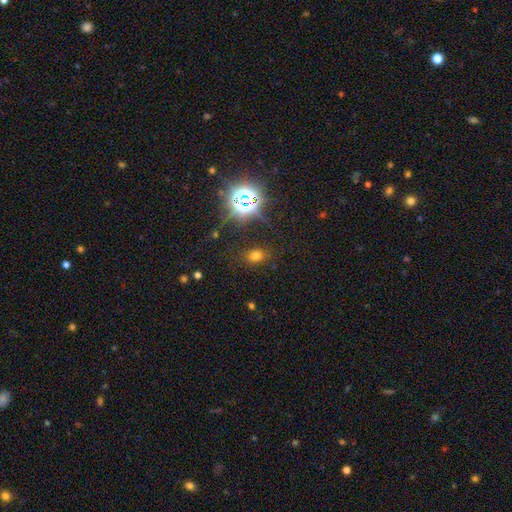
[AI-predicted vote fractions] Overall: smooth (61%; star or artifact 31%). How rounded: in between (67%; round 31%). Merging: none (82%).